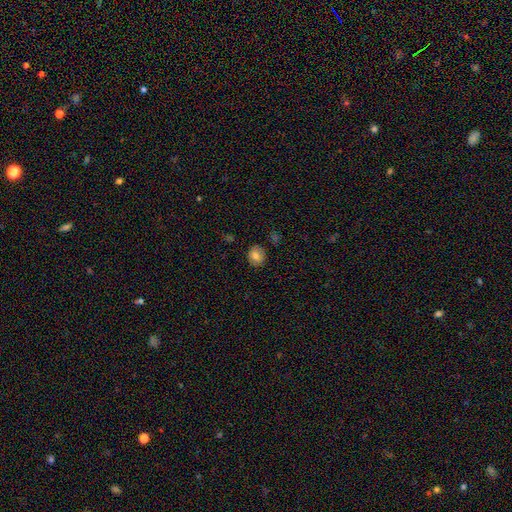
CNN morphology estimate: A smooth galaxy with no disk features (76%) that is round (76%).

Vote fractions:
- Smooth or featured? smooth: 76% / featured or disk: 15% / star or artifact: 9%
- How rounded? round: 76% / in between: 23% / cigar-shaped: 1%
- Merging? none: 86% / minor disturbance: 10% / major disturbance: 2% / merger: 1%